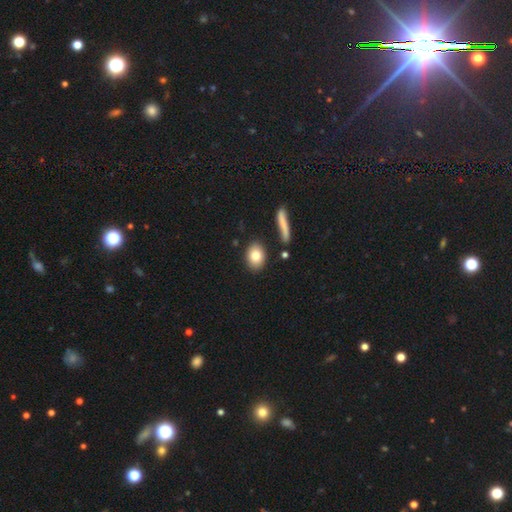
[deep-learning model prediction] This appears to be a smooth galaxy with no disk features (81%) that is in between round and cigar-shaped (73%). Merging: none (84%).